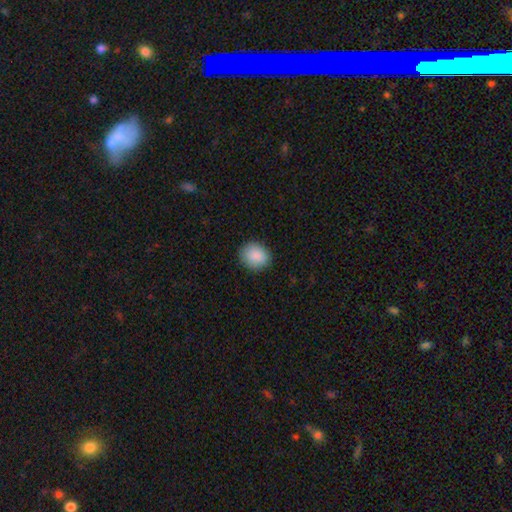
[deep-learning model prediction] Smooth or featured: smooth — 89% (star or artifact — 7%)
How rounded: round — 73% (in between — 26%)
Merging: none — 88% (minor disturbance — 9%)